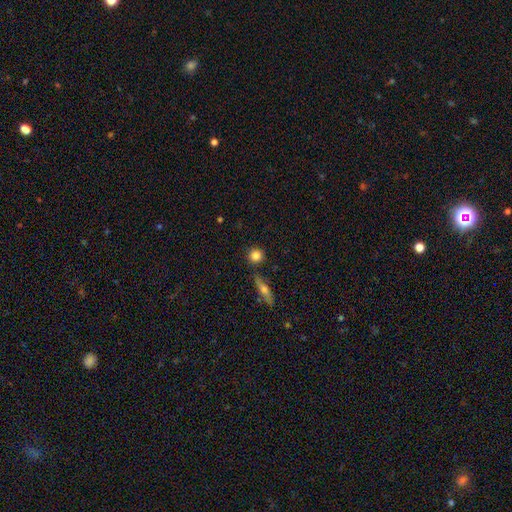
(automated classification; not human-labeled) The model was most divided on "smooth or featured": smooth: 83%, star or artifact: 9%, featured or disk: 8%. More confident: how rounded — round (90%); merging — none (83%).